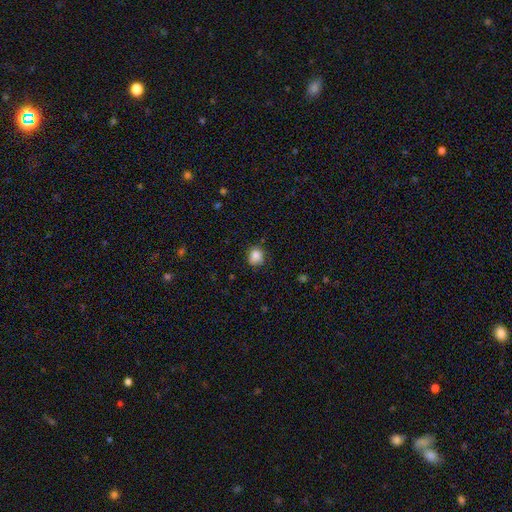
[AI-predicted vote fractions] smooth 85%, star or artifact 10%, featured or disk 5%. Down the decision tree: how rounded — round (70%); merging — none (74%).